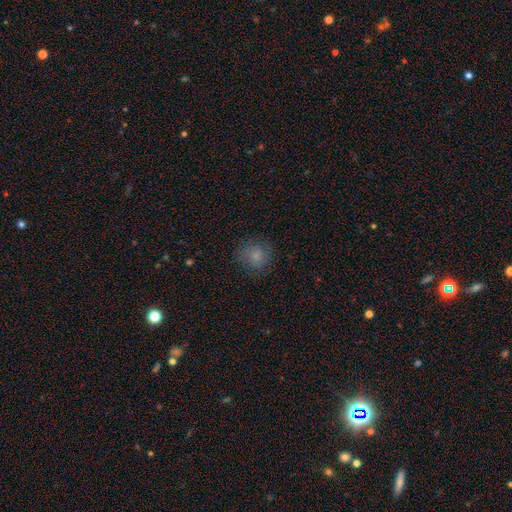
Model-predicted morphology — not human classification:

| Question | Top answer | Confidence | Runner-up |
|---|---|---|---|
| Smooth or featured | smooth | 80% | featured or disk (10%) |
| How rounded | round | 89% | in between (10%) |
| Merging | none | 81% | minor disturbance (13%) |